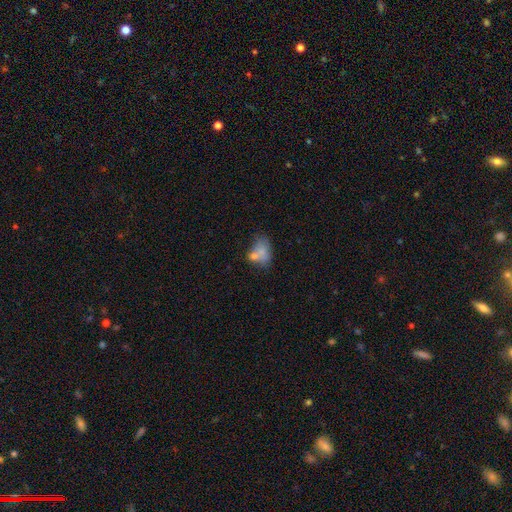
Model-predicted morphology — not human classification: Smooth or featured: smooth — 64% (featured or disk — 23%)
How rounded: in between — 74% (round — 24%)
Merging: merger — 39% (none — 34%)